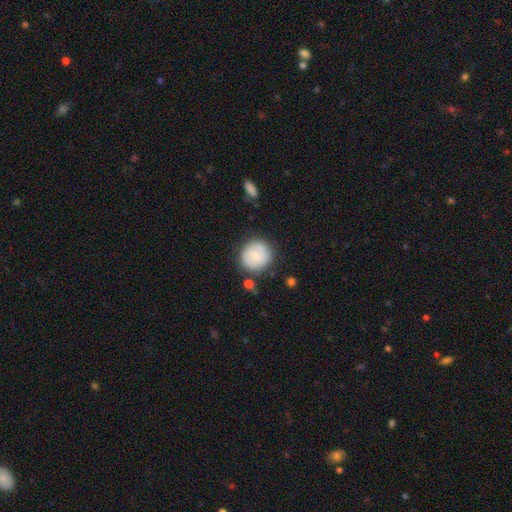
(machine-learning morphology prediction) smooth-or-featured: smooth: 62% | featured or disk: 31% | star or artifact: 7%
  how-rounded: round: 85% | in between: 14% | cigar-shaped: 1%
  merging: none: 77% | minor disturbance: 14% | major disturbance: 4% | merger: 4%